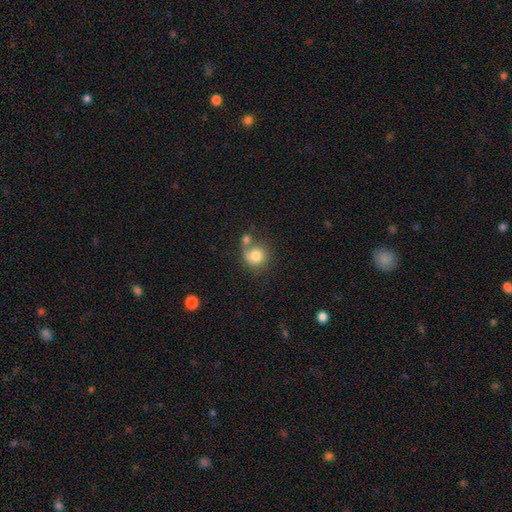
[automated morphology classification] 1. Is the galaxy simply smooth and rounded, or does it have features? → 77% smooth, 13% featured or disk, 9% star or artifact.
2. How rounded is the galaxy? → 85% round, 14% in between, 1% cigar-shaped.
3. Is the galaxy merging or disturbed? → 44% none, 34% merger, 14% minor disturbance, 7% major disturbance.